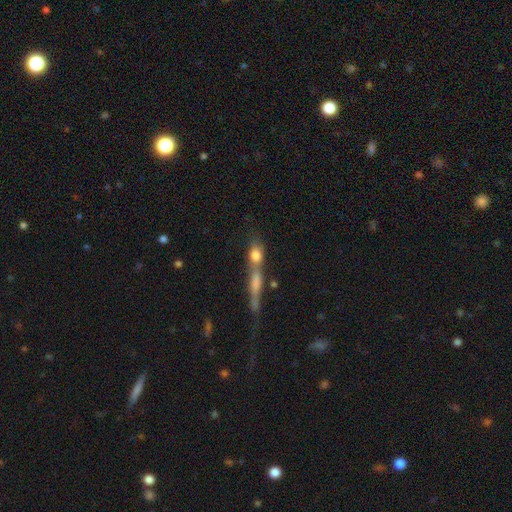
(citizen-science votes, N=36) smooth_or_featured: smooth (p=0.67) [alt: featured or disk p=0.25]
how_rounded: in between (p=0.38) [alt: round p=0.33]
merging: merger (p=0.67) [alt: none p=0.21]